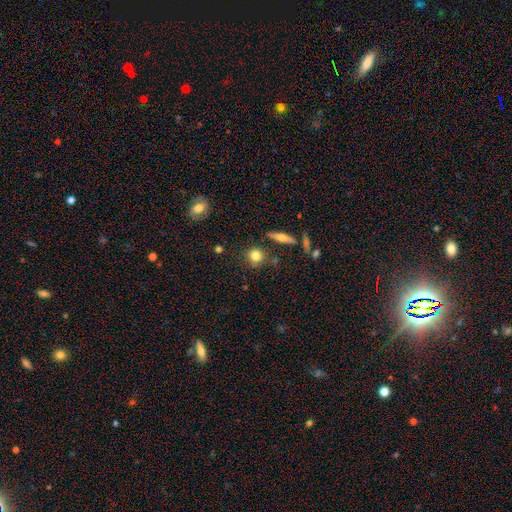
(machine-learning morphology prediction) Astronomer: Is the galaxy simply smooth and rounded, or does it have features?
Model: smooth — 79%.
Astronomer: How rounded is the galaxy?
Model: round — 86%.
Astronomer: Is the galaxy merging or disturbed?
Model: none — 80%.